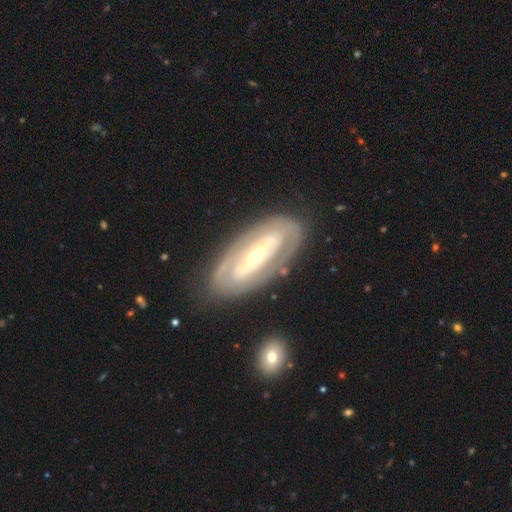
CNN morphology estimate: A featured or disk galaxy (80%) with a strong bar (39%), spiral arms (61%) and a small central bulge (52%).

Vote fractions:
- Smooth or featured? featured or disk: 80% / smooth: 15% / star or artifact: 5%
- Edge-on disk? no: 90% / yes: 10%
- Bar? strong: 39% / no: 37% / weak: 24%
- Spiral arms? yes: 61% / no: 39%
- Bulge size? small: 52% / moderate: 44% / large: 3% / dominant: 1% / none: 1%
- Merging? none: 80% / minor disturbance: 13% / major disturbance: 5% / merger: 2%